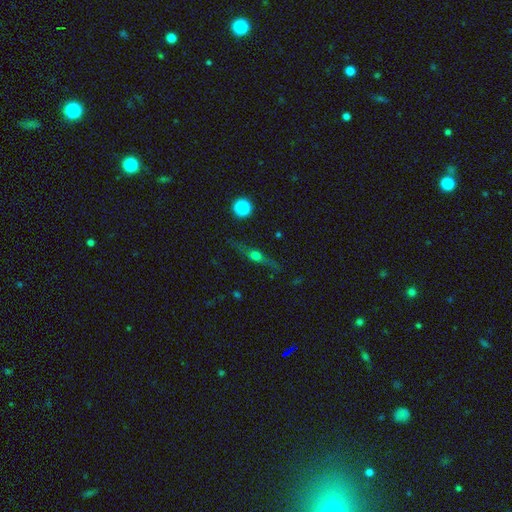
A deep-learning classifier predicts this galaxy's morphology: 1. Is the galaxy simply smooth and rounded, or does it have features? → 59% featured or disk, 28% smooth, 13% star or artifact.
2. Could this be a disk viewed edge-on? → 90% yes, 10% no.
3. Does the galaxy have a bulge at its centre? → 92% rounded, 4% boxy, 4% none.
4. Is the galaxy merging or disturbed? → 81% none, 12% minor disturbance, 5% major disturbance, 2% merger.